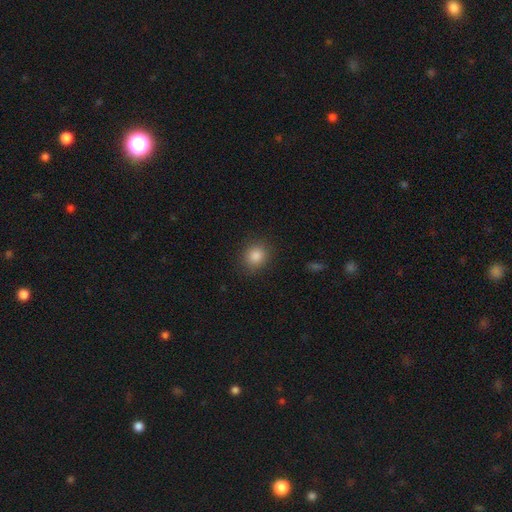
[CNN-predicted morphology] A smooth galaxy with no disk features (86%) that is round (71%).

Vote fractions:
- Smooth or featured? smooth: 86% / star or artifact: 10% / featured or disk: 4%
- How rounded? round: 71% / in between: 28% / cigar-shaped: 1%
- Merging? none: 86% / minor disturbance: 9% / major disturbance: 3% / merger: 1%